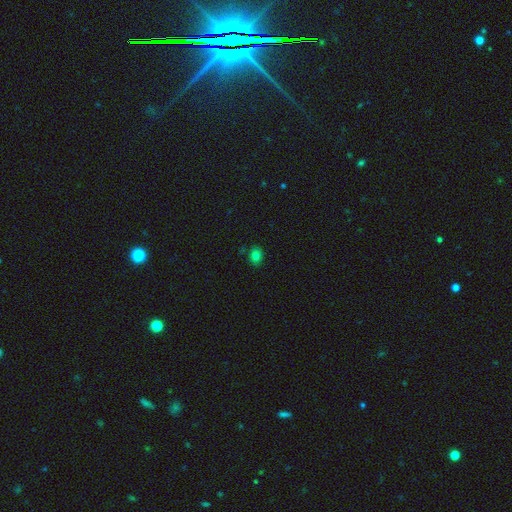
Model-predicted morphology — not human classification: Smooth or featured? smooth (79%)
How rounded? in between (57%)
Merging? none (84%)